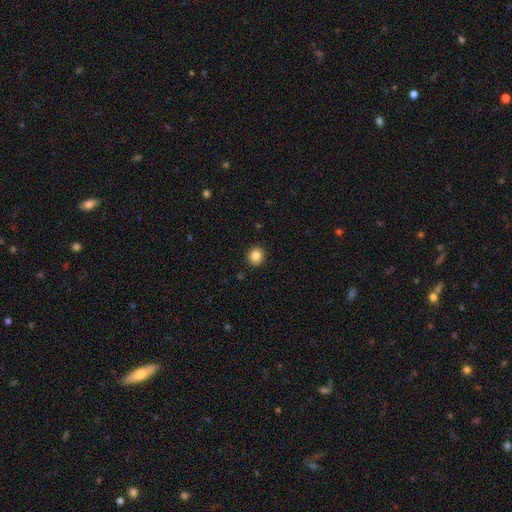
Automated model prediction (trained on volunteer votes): This appears to be a smooth galaxy with no disk features (85%) that is round (89%). Merging: none (92%).